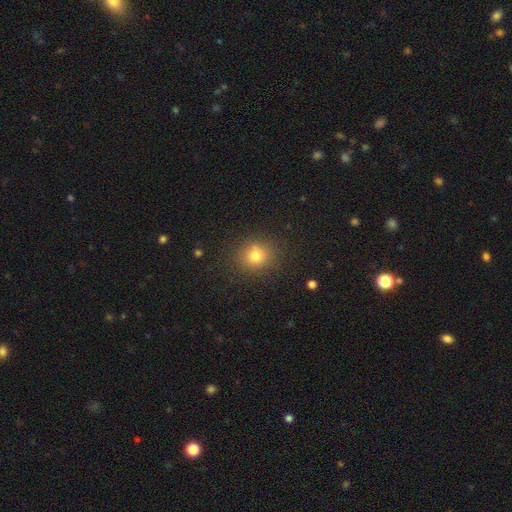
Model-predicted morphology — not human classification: This is likely a smooth galaxy (77%). How rounded: likely round (79%). Merging: likely none (80%).